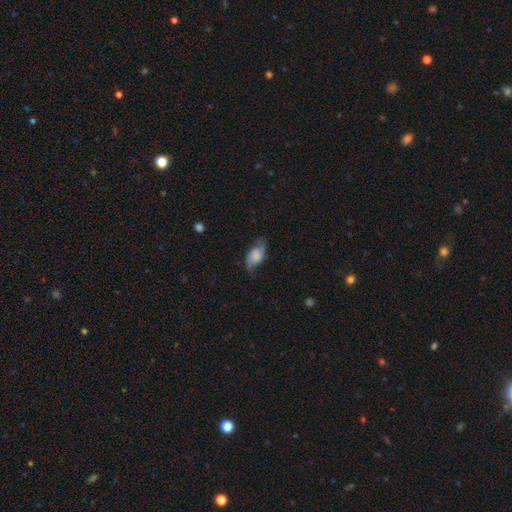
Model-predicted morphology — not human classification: Smooth or featured? Predicted: featured or disk (p=0.48). Merging? Predicted: none (p=0.63).